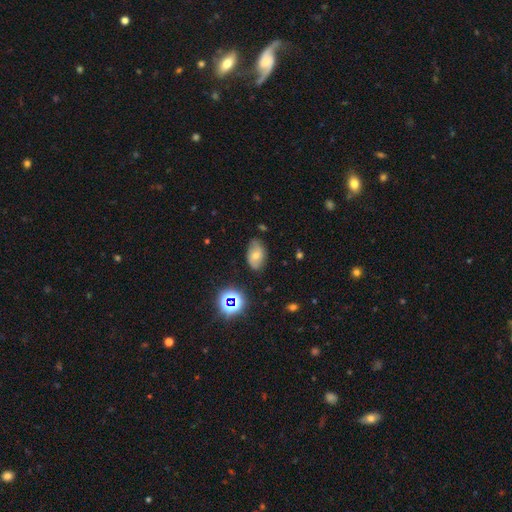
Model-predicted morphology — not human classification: smooth 51%, featured or disk 34%, star or artifact 16%. Down the decision tree: how rounded — in between (87%); merging — none (72%).